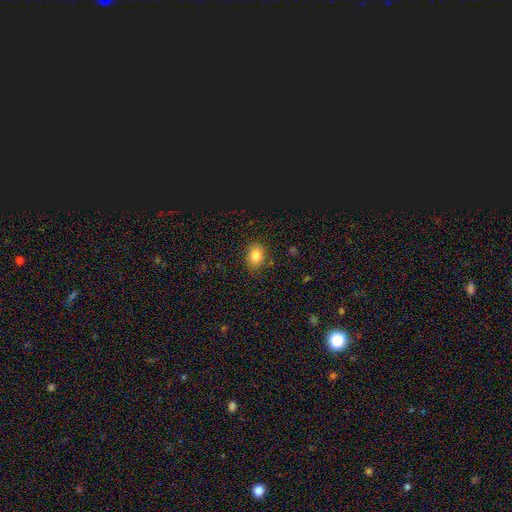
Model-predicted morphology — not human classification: This appears to be a smooth galaxy with no disk features (81%) that is in between round and cigar-shaped (56%). Merging: none (85%).